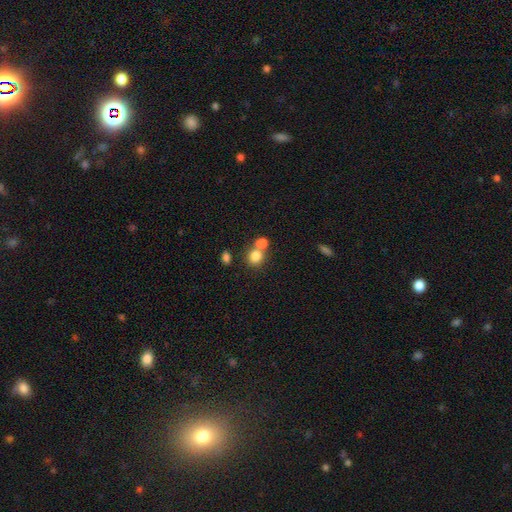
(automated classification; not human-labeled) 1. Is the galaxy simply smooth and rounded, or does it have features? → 80% smooth, 11% star or artifact, 9% featured or disk.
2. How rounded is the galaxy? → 77% round, 22% in between, 1% cigar-shaped.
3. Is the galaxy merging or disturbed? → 46% none, 43% merger, 7% minor disturbance, 4% major disturbance.